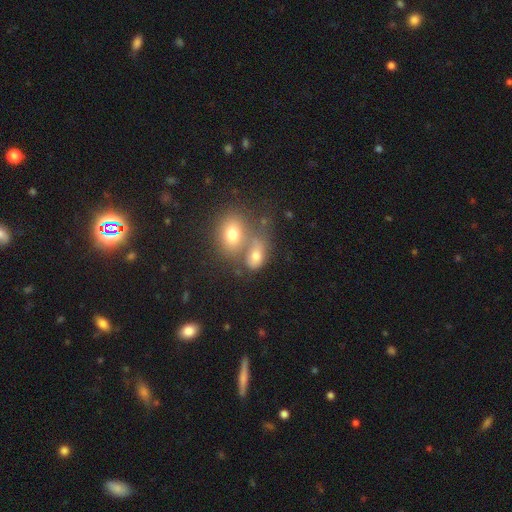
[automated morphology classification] smooth-or-featured: smooth: 71% | featured or disk: 17% | star or artifact: 12%
  how-rounded: in between: 78% | round: 20% | cigar-shaped: 2%
  merging: merger: 53% | none: 28% | minor disturbance: 11% | major disturbance: 8%